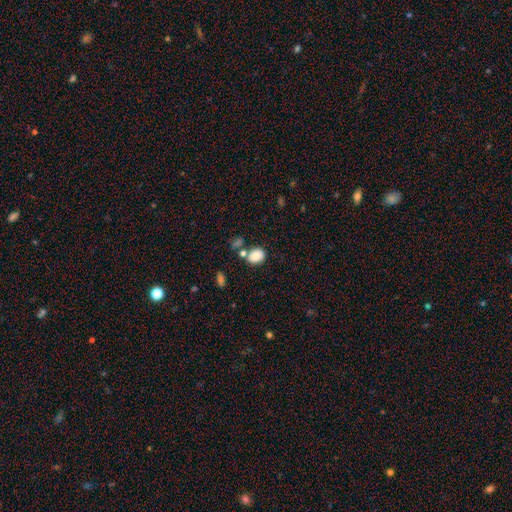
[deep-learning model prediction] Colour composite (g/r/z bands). It shows a smooth galaxy with no disk features (85%) that is in between round and cigar-shaped (57%). Merging: none (61%).